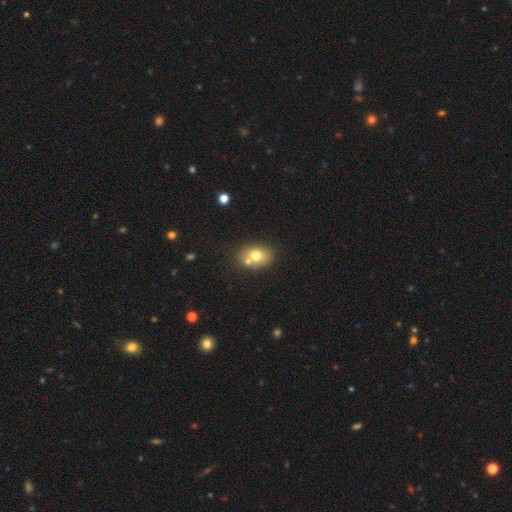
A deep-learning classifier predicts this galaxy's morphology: Smooth or featured? smooth (72%)
How rounded? in between (62%)
Merging? none (58%)